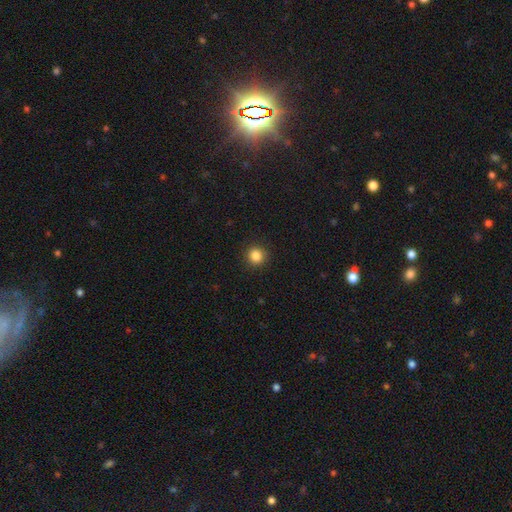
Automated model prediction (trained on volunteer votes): smooth_or_featured: smooth (p=0.86) [alt: star or artifact p=0.11]
how_rounded: round (p=0.92) [alt: in between p=0.07]
merging: none (p=0.91) [alt: minor disturbance p=0.06]